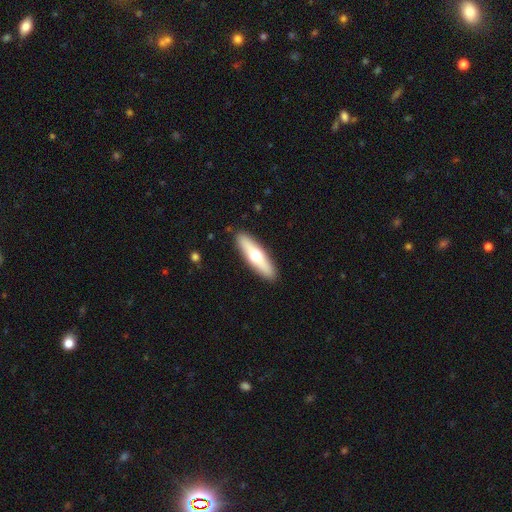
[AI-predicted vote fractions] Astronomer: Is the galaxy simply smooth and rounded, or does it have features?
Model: smooth — 52% (runner-up: featured or disk, 43%).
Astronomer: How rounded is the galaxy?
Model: cigar-shaped — 71%.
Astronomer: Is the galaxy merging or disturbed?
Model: none — 90%.